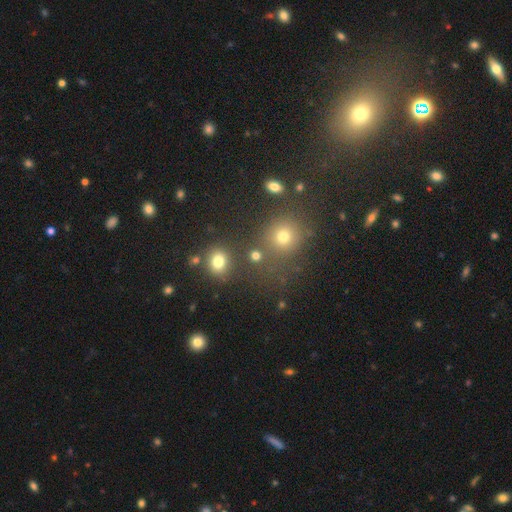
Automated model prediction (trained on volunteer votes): The model was most divided on "smooth or featured": smooth: 74%, star or artifact: 20%, featured or disk: 6%. More confident: how rounded — round (80%); merging — none (74%).